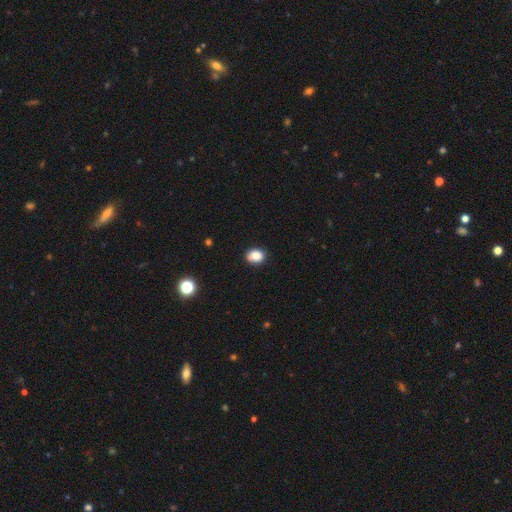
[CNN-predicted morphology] smooth 85%, star or artifact 10%, featured or disk 5%. Down the decision tree: how rounded — in between (55%); merging — none (84%).